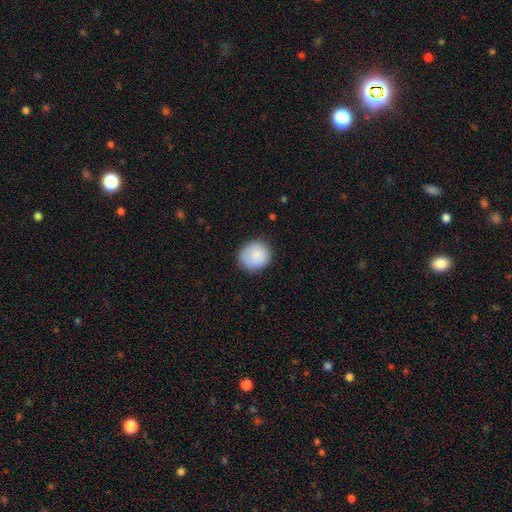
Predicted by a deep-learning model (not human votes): Smooth or featured: smooth — 84% (featured or disk — 9%)
How rounded: round — 83% (in between — 16%)
Merging: none — 78% (minor disturbance — 16%)